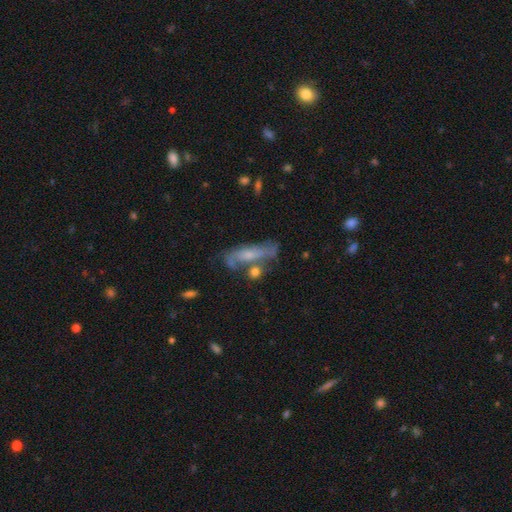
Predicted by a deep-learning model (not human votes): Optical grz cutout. It shows a featured or disk galaxy (48%). Merging: none (60%).